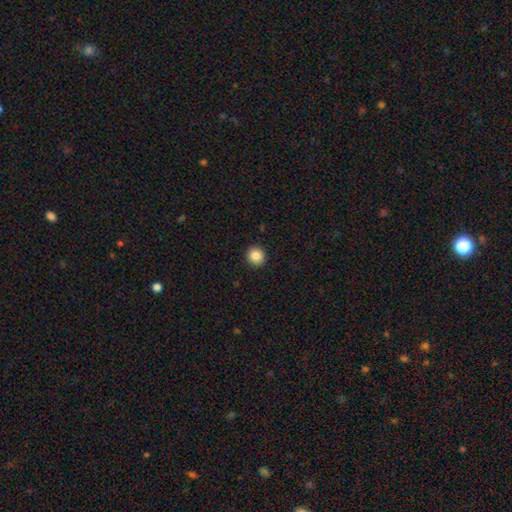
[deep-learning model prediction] A smooth galaxy with no disk features (85%) that is round (93%). Merging: none (93%).